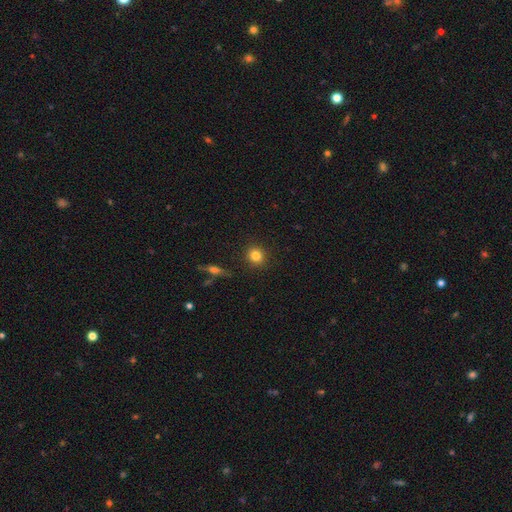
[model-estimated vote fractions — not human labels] This appears to be a smooth galaxy with no disk features (83%) that is round (87%). Merging: none (90%).